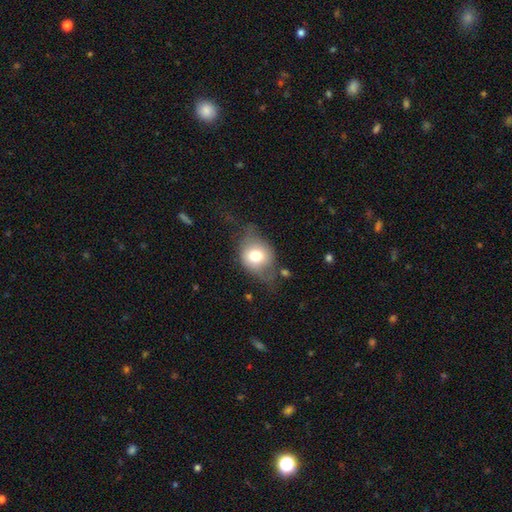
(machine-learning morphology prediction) A smooth galaxy with no disk features (65%) that is in between round and cigar-shaped (51%). Merging: none (44%).